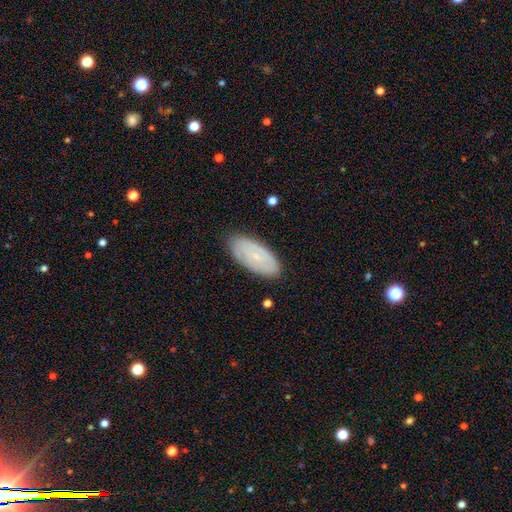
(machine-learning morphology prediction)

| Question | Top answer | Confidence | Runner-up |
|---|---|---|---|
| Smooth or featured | smooth | 48% | featured or disk (44%) |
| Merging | none | 83% | minor disturbance (13%) |